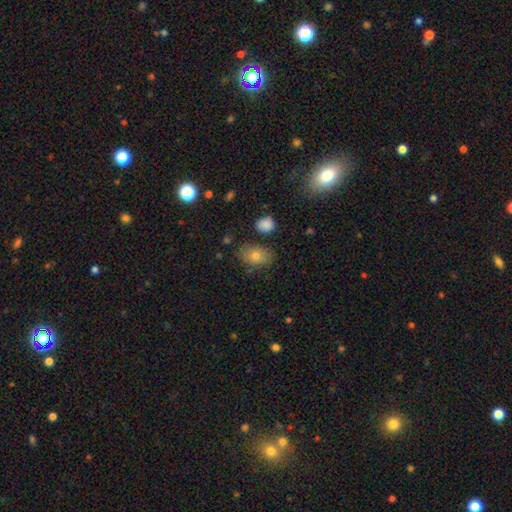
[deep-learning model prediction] Q: Smooth or featured?
A: smooth (72%); runner-up: featured or disk (16%)
Q: How rounded?
A: in between (80%); runner-up: round (18%)
Q: Merging?
A: none (75%); runner-up: minor disturbance (17%)